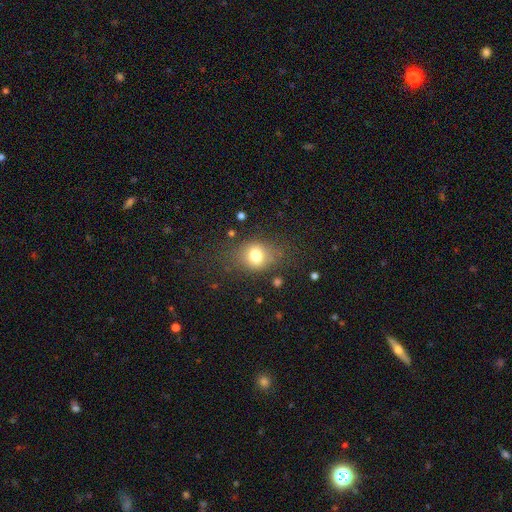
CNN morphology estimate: smooth-or-featured: smooth: 76% | featured or disk: 12% | star or artifact: 12%
  how-rounded: round: 56% | in between: 43% | cigar-shaped: 1%
  merging: none: 66% | minor disturbance: 20% | major disturbance: 11% | merger: 3%